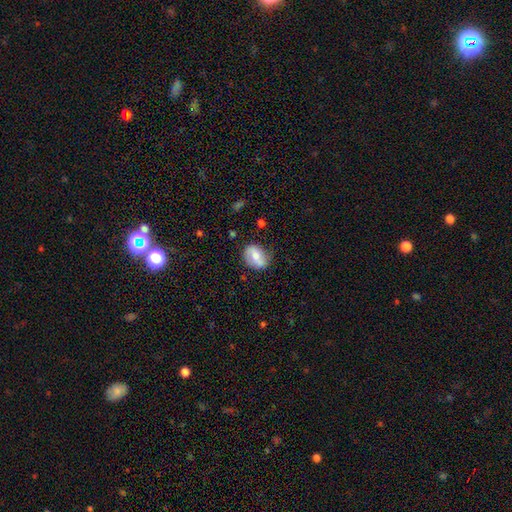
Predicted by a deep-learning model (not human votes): Smooth or featured? smooth (52%)
How rounded? in between (61%)
Merging? none (72%)